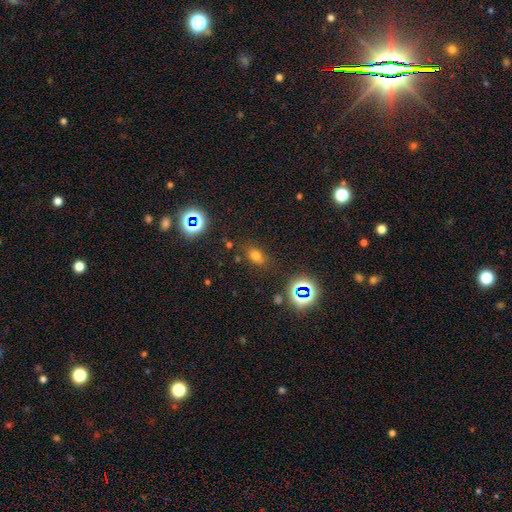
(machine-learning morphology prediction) smooth_or_featured: smooth (p=0.63) [alt: star or artifact p=0.28]
how_rounded: in between (p=0.63) [alt: round p=0.35]
merging: none (p=0.76) [alt: minor disturbance p=0.14]